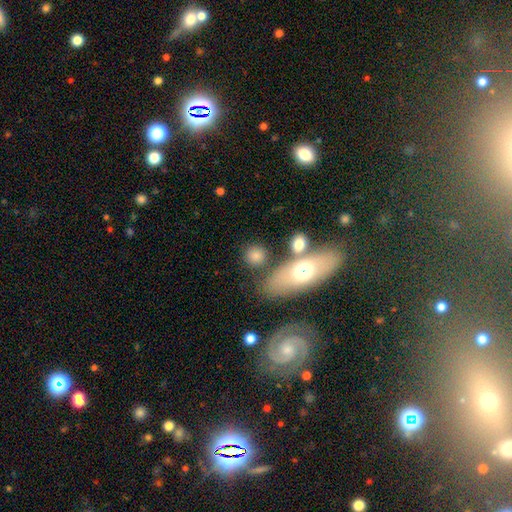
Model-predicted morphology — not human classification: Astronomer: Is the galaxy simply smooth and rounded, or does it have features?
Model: smooth — 78%.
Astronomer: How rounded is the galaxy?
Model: round — 76%.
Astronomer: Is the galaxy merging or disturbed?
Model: none — 70%.